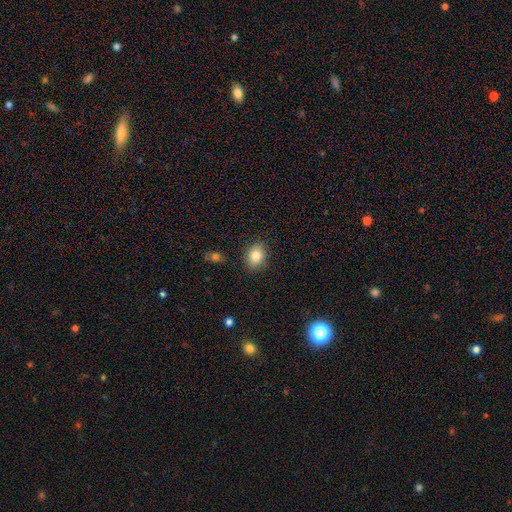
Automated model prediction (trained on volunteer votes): Smooth or featured? Predicted: smooth (p=0.83). How rounded? Predicted: in between (p=0.65). Merging? Predicted: none (p=0.84).